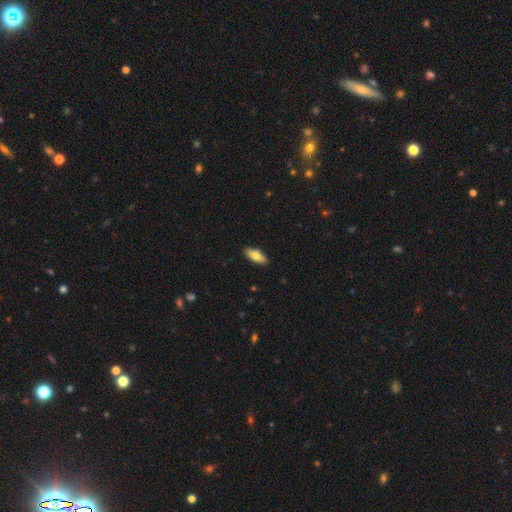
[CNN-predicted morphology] The model was most divided on "smooth or featured": smooth: 73%, featured or disk: 21%, star or artifact: 6%. More confident: merging — none (89%); how rounded — in between (75%).